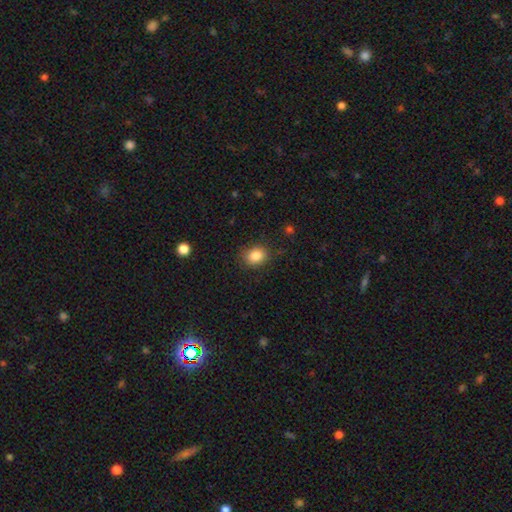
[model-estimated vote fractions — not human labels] Smooth or featured?
  - smooth: 86% *
  - star or artifact: 9%
  - featured or disk: 5%
How rounded?
  - in between: 51% *
  - round: 48%
  - cigar-shaped: 1%
Merging?
  - none: 83% *
  - minor disturbance: 12%
  - major disturbance: 3%
  - merger: 1%